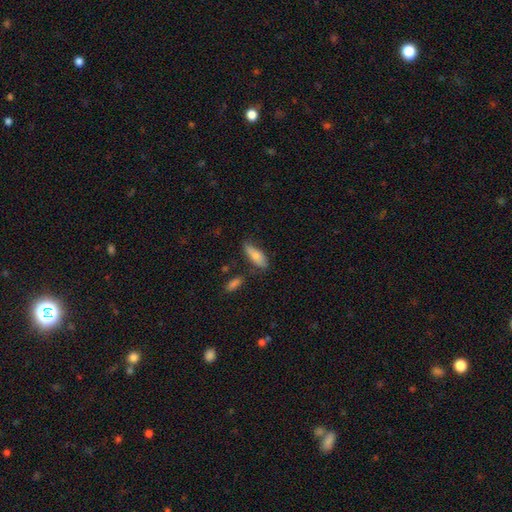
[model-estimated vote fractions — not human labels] The model was most divided on "how rounded": in between: 67%, cigar-shaped: 31%, round: 2%. More confident: smooth or featured — smooth (77%); merging — none (65%).